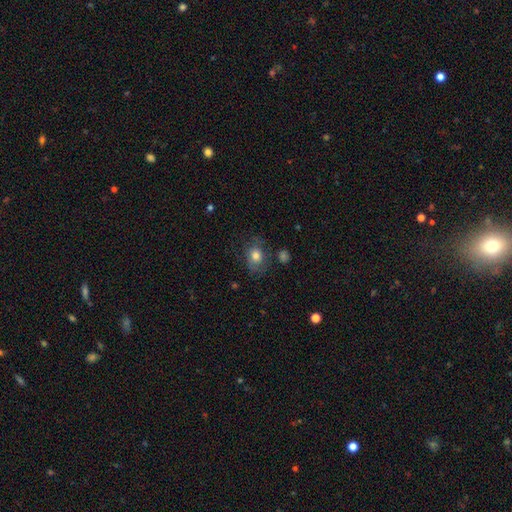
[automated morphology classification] This is likely a smooth galaxy (71%). How rounded: possibly in between (53%). Merging: likely none (64%).